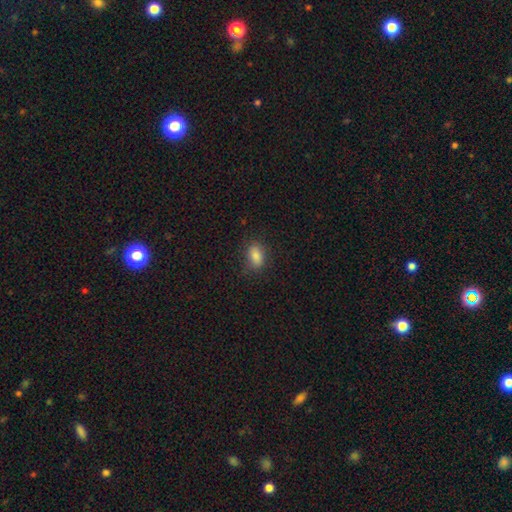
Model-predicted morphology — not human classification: This is clearly a smooth galaxy (83%). How rounded: clearly in between (84%). Merging: likely none (79%).